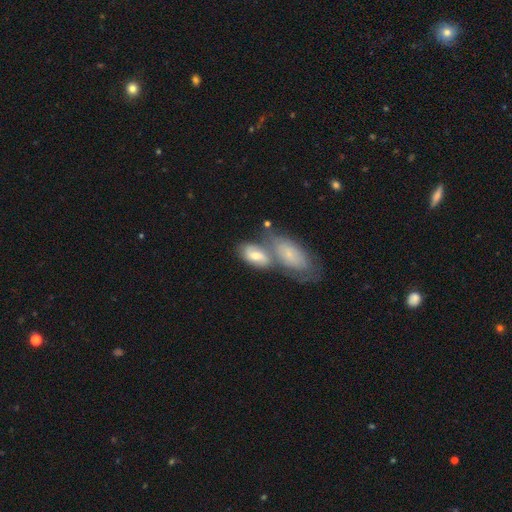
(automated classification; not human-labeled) Smooth or featured? Predicted: smooth (p=0.51). How rounded? Predicted: in between (p=0.88). Merging? Predicted: merger (p=0.53).